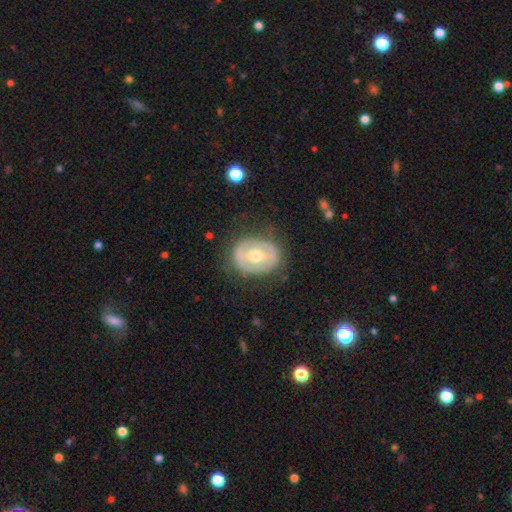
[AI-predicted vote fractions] Smooth or featured? featured or disk (58%)
Edge-on disk? no (95%)
Bar? no (58%)
Spiral arms? no (79%)
Bulge size? moderate (77%)
Merging? none (76%)